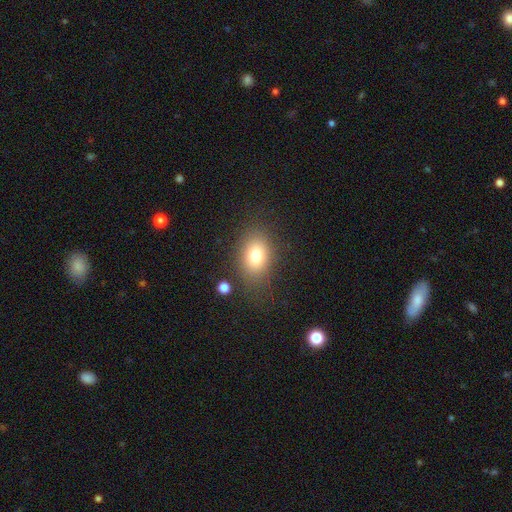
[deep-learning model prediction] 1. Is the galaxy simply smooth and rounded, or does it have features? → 76% smooth, 12% star or artifact, 12% featured or disk.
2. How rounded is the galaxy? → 72% in between, 27% round, 1% cigar-shaped.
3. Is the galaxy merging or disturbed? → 77% none, 14% minor disturbance, 7% major disturbance, 3% merger.